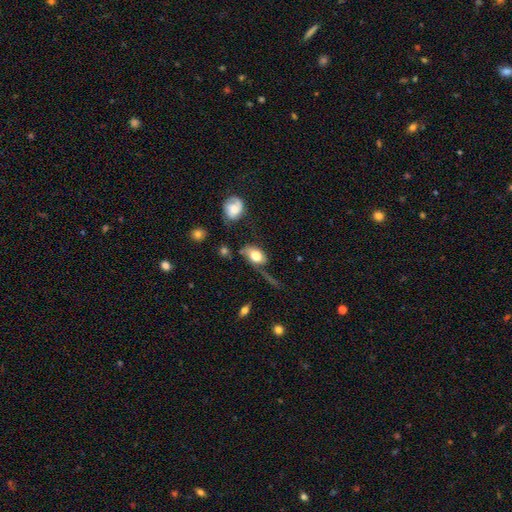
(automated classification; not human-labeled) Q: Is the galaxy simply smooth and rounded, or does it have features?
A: smooth — 64%.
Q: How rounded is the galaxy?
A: in between — 84%.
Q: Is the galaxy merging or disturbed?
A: none — 39%.